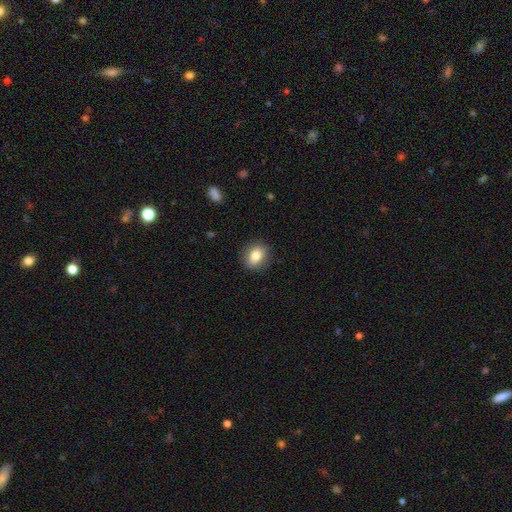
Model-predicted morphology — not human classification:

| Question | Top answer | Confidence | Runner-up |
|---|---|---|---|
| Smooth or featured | smooth | 81% | featured or disk (11%) |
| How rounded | in between | 50% | round (48%) |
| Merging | none | 88% | minor disturbance (8%) |